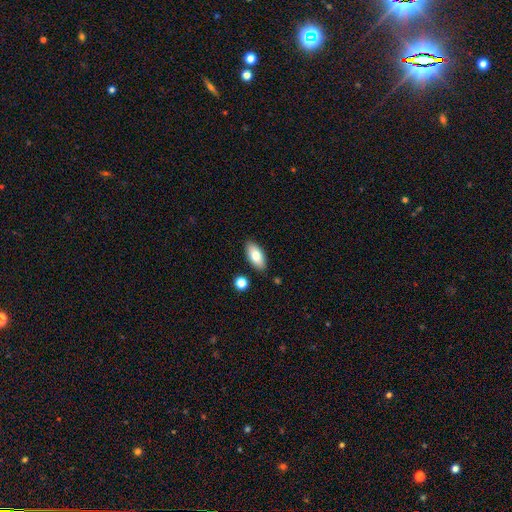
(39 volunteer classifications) Overall: smooth (72%). How rounded: in between (93%). Merging: none (97%).